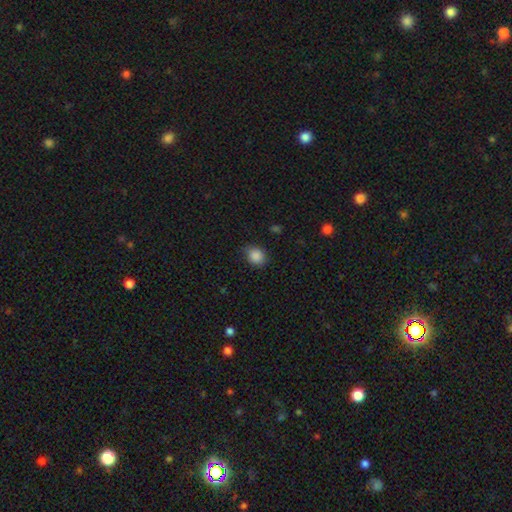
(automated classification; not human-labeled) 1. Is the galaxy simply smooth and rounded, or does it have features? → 87% smooth, 9% star or artifact, 4% featured or disk.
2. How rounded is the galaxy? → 66% round, 33% in between, 1% cigar-shaped.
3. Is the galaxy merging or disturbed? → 72% none, 22% minor disturbance, 4% major disturbance, 1% merger.